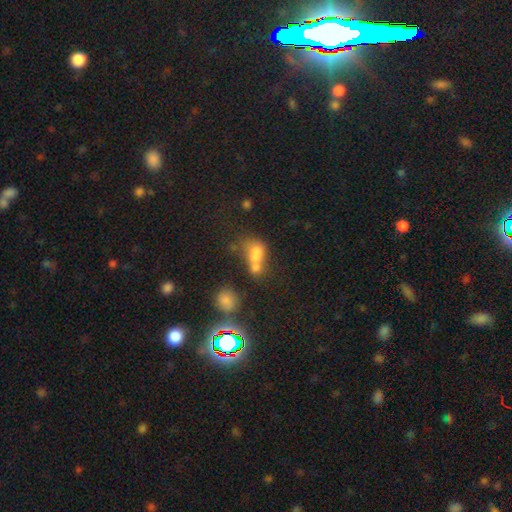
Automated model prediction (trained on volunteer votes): Morphology: type=smooth (64%); roundness=in between (71%); merging=merger (56%).